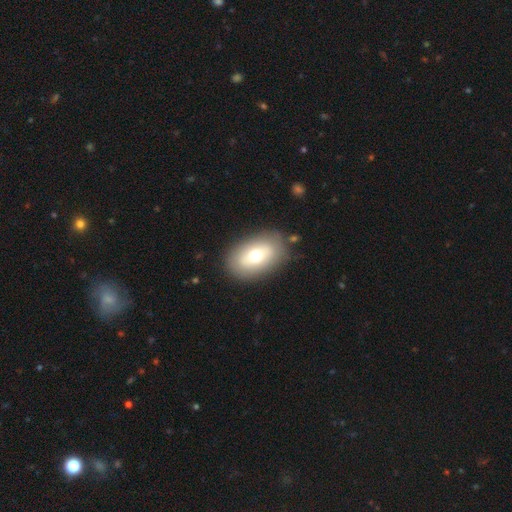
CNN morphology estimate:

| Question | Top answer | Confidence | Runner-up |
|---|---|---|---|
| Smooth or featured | smooth | 67% | featured or disk (26%) |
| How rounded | in between | 88% | round (11%) |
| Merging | none | 83% | minor disturbance (11%) |